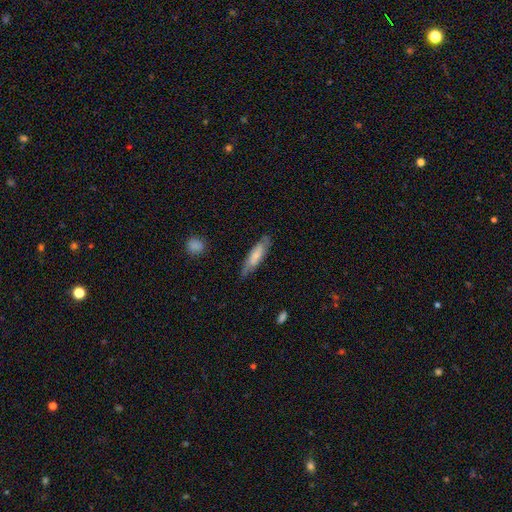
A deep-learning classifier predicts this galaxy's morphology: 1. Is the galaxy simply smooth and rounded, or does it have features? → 61% smooth, 33% featured or disk, 6% star or artifact.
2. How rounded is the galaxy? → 62% cigar-shaped, 36% in between, 2% round.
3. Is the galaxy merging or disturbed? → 71% none, 22% minor disturbance, 5% major disturbance, 2% merger.